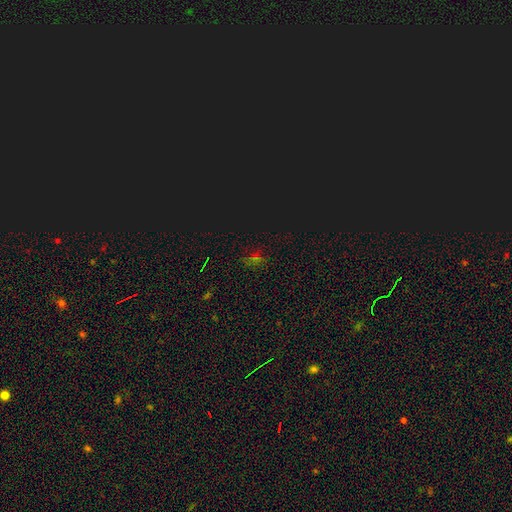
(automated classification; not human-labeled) Morphology: type=star or artifact (62%).